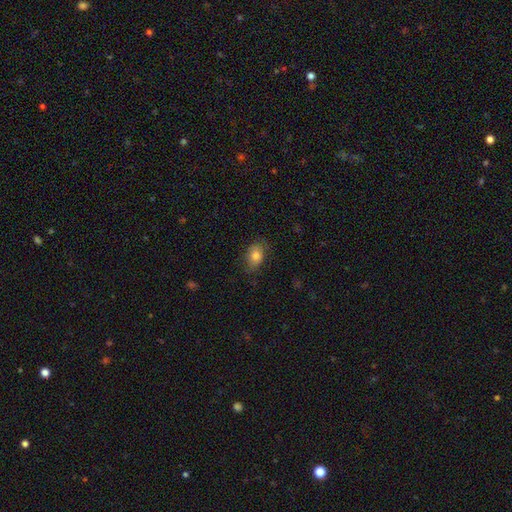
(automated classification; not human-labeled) Smooth or featured? Predicted: smooth (p=0.80). How rounded? Predicted: in between (p=0.76). Merging? Predicted: none (p=0.69).